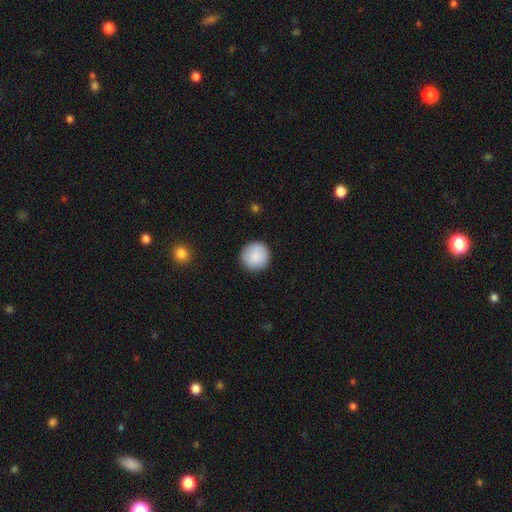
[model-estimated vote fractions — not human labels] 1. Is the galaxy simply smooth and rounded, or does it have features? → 88% smooth, 6% star or artifact, 6% featured or disk.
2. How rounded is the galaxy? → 95% round, 4% in between, 1% cigar-shaped.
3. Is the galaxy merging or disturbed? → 92% none, 6% minor disturbance, 2% major disturbance, 1% merger.